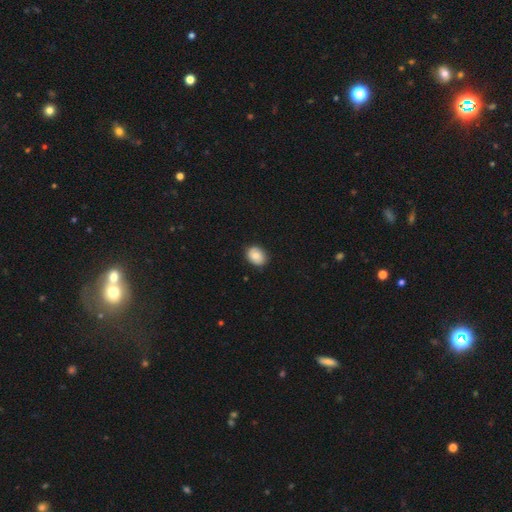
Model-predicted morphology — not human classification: smooth 79%, featured or disk 13%, star or artifact 8%. Down the decision tree: how rounded — in between (58%); merging — none (85%).